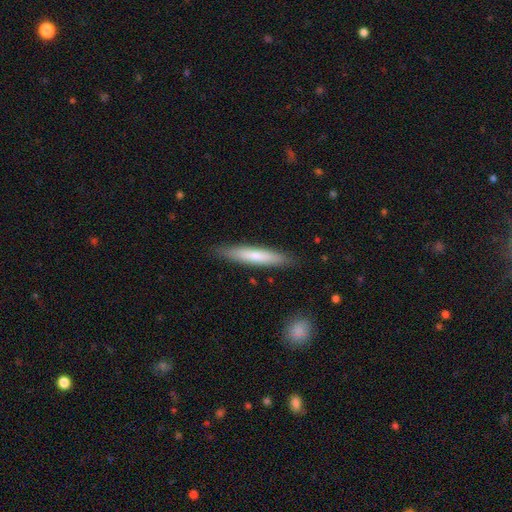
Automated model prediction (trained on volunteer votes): Smooth or featured? smooth (68%)
How rounded? cigar-shaped (90%)
Merging? none (88%)